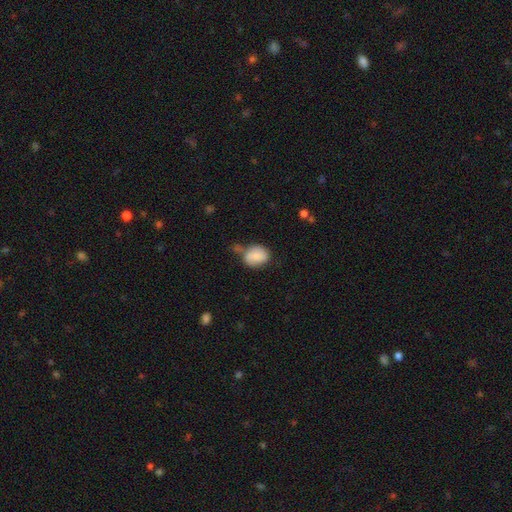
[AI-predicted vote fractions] This is likely a smooth galaxy (78%). How rounded: possibly round (50%). Merging: possibly none (49%).